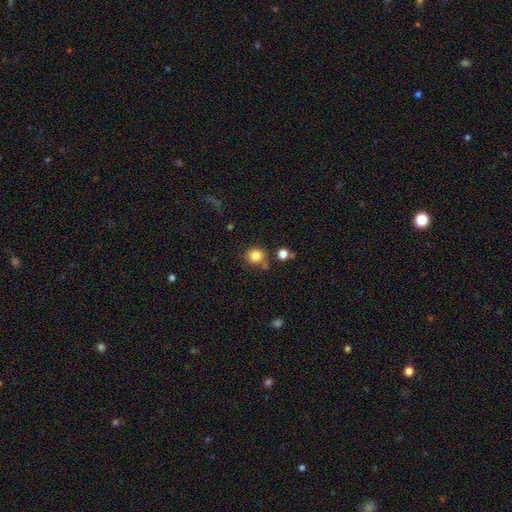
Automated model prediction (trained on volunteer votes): Smooth or featured: smooth — 83% (star or artifact — 11%)
How rounded: round — 86% (in between — 13%)
Merging: none — 73% (merger — 12%)